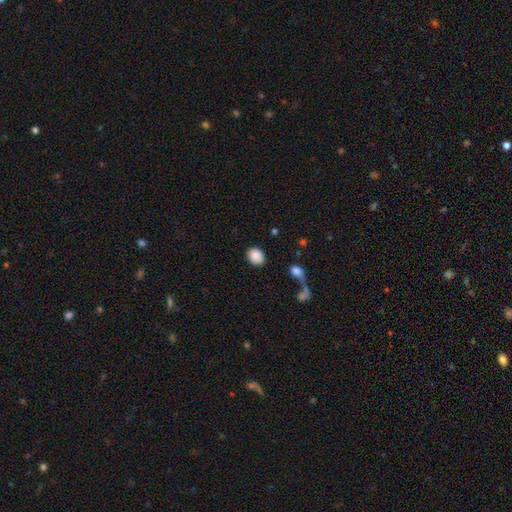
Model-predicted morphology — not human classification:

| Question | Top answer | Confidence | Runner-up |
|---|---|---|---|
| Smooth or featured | smooth | 87% | star or artifact (7%) |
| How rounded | in between | 54% | round (45%) |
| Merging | none | 81% | minor disturbance (10%) |